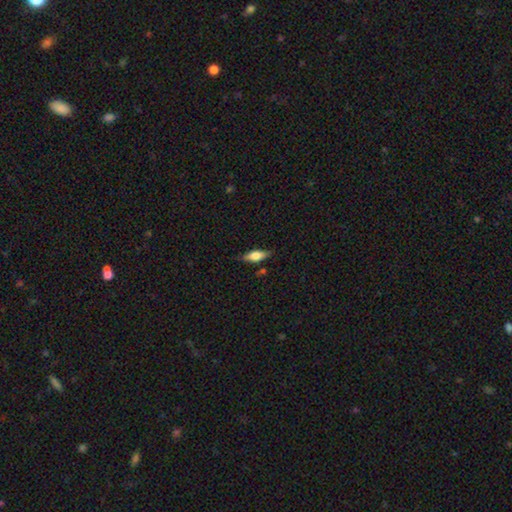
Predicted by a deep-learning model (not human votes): Q: Smooth or featured?
A: smooth (65%); runner-up: featured or disk (28%)
Q: How rounded?
A: in between (67%); runner-up: cigar-shaped (30%)
Q: Merging?
A: none (79%); runner-up: minor disturbance (15%)